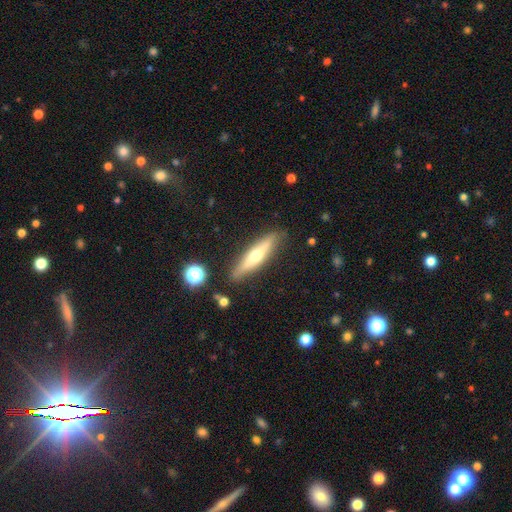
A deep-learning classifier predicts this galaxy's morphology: This appears to be a featured or disk galaxy (55%) viewed edge-on (92%) with a rounded central bulge (88%). Merging: none (85%).